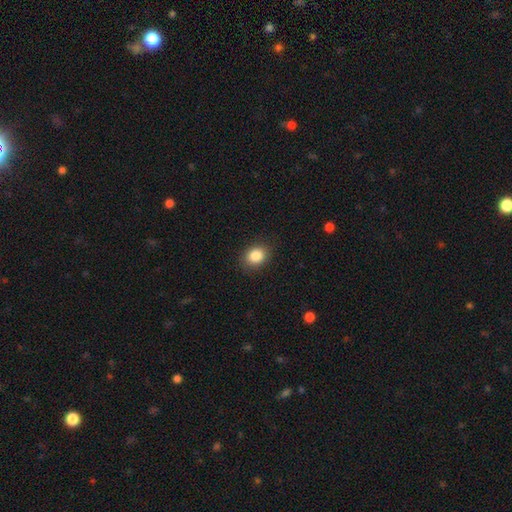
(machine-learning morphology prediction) A smooth galaxy with no disk features (86%) that is round (53%).

Vote fractions:
- Smooth or featured? smooth: 86% / star or artifact: 9% / featured or disk: 5%
- How rounded? round: 53% / in between: 46% / cigar-shaped: 1%
- Merging? none: 87% / minor disturbance: 9% / major disturbance: 3% / merger: 1%